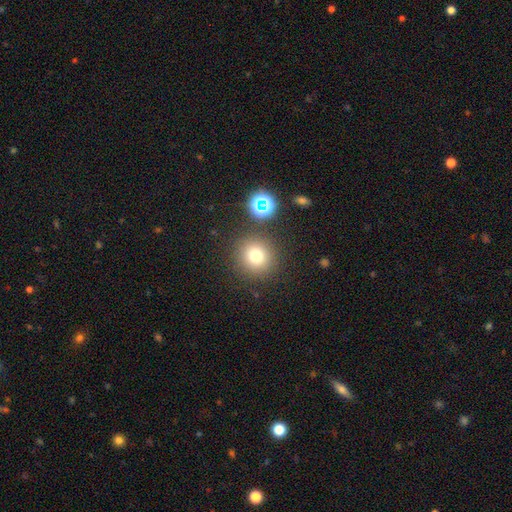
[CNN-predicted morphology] Q: Smooth or featured?
A: smooth (75%); runner-up: star or artifact (16%)
Q: How rounded?
A: round (93%); runner-up: in between (6%)
Q: Merging?
A: none (85%); runner-up: minor disturbance (7%)